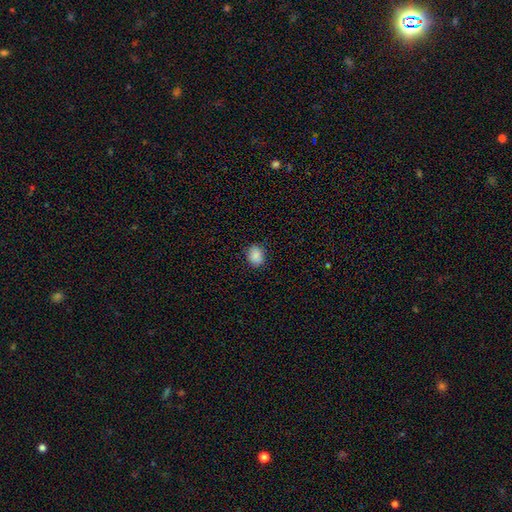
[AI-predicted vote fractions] smooth-or-featured: smooth: 88% | star or artifact: 9% | featured or disk: 4%
  how-rounded: round: 53% | in between: 46% | cigar-shaped: 1%
  merging: none: 85% | minor disturbance: 11% | major disturbance: 3% | merger: 1%